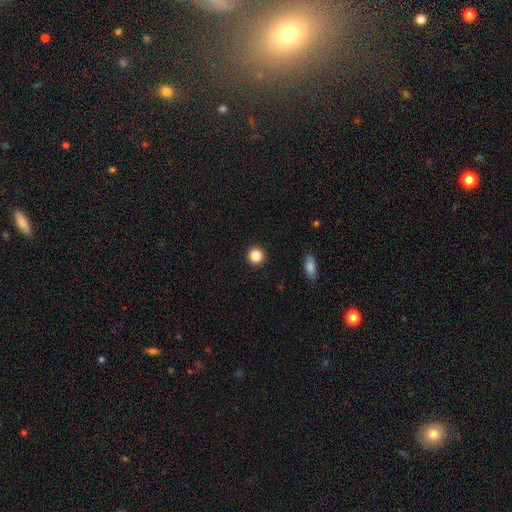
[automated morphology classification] smooth 87%, star or artifact 10%, featured or disk 3%. Down the decision tree: how rounded — round (93%); merging — none (92%).